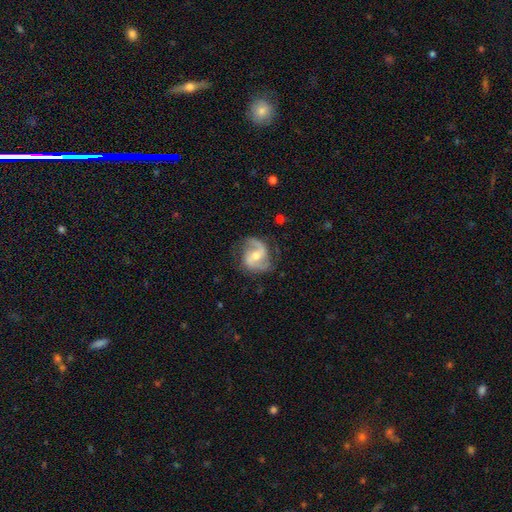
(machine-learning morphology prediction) This appears to be a featured or disk galaxy (86%) with a weak bar (48%), 2 (90%) medium (52%) spiral arms (96%) and a moderate central bulge (58%). Merging: none (74%).